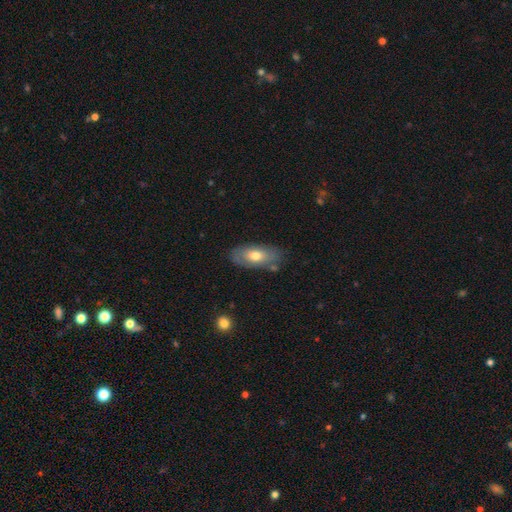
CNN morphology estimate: Smooth or featured? Predicted: smooth (p=0.61). How rounded? Predicted: in between (p=0.88). Merging? Predicted: none (p=0.75).